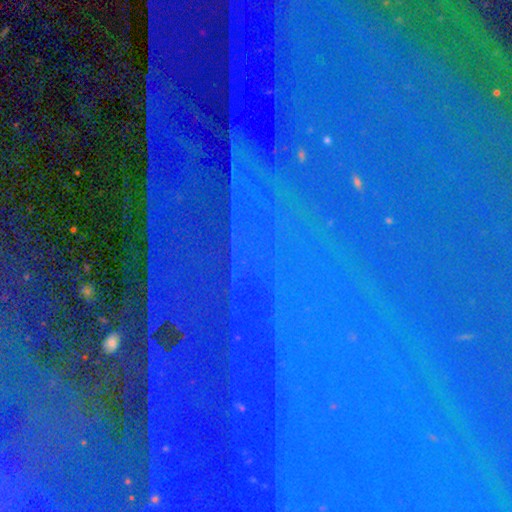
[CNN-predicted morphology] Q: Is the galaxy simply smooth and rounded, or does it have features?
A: star or artifact — 87%.